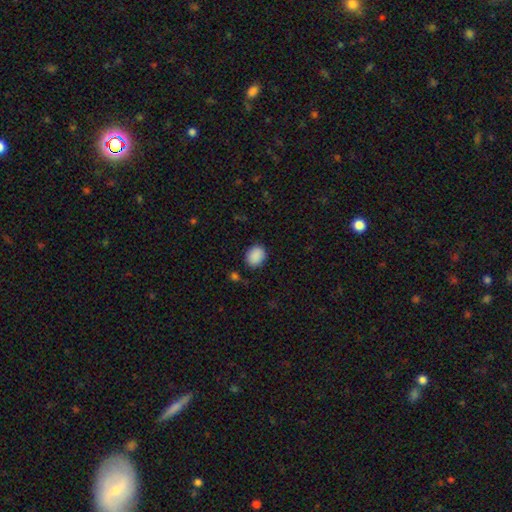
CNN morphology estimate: A smooth galaxy with no disk features (89%) that is round (50%).

Vote fractions:
- Smooth or featured? smooth: 89% / star or artifact: 8% / featured or disk: 3%
- How rounded? round: 50% / in between: 49% / cigar-shaped: 1%
- Merging? none: 84% / minor disturbance: 11% / major disturbance: 3% / merger: 2%